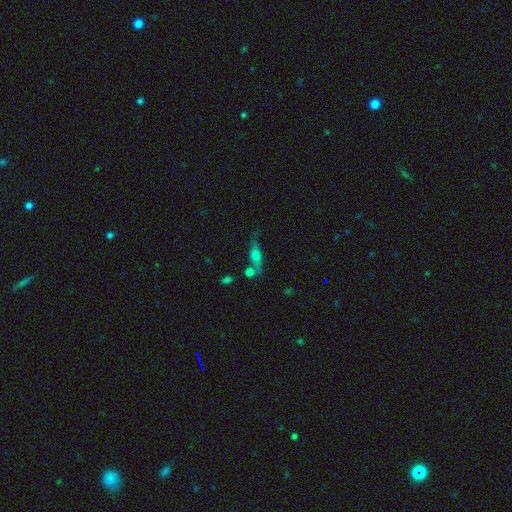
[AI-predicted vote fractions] A smooth galaxy with no disk features (52%) that is in between round and cigar-shaped (53%). Merging: none (53%).